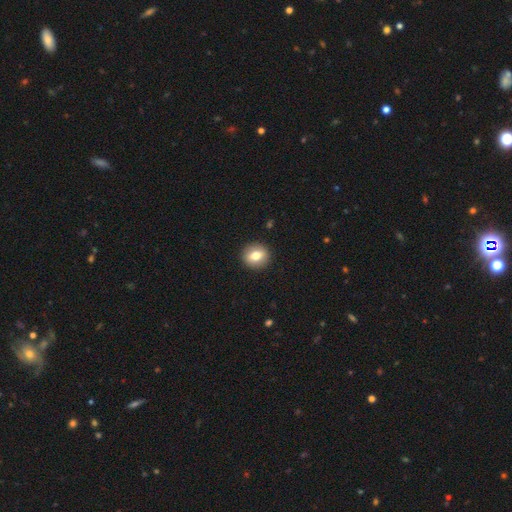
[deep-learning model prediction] A smooth galaxy with no disk features (72%) that is round (77%). Merging: none (91%).